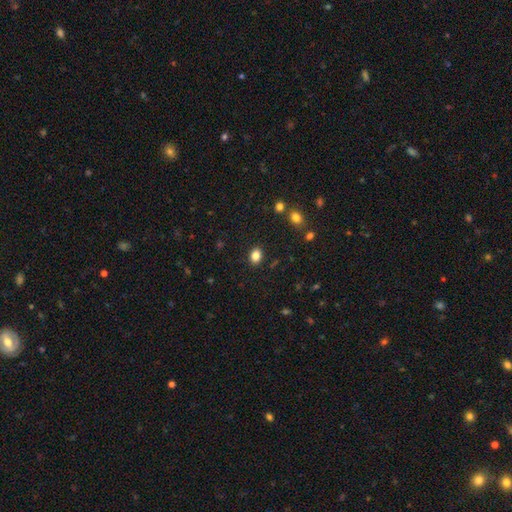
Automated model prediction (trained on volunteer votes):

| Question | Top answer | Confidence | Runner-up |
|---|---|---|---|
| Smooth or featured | smooth | 84% | star or artifact (11%) |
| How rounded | in between | 66% | round (33%) |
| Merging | none | 88% | minor disturbance (8%) |